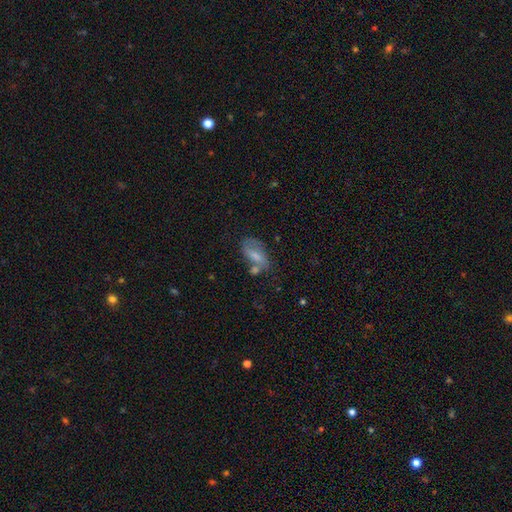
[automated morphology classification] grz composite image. It shows a smooth galaxy with no disk features (53%) that is in between round and cigar-shaped (86%). Merging: none (47%).